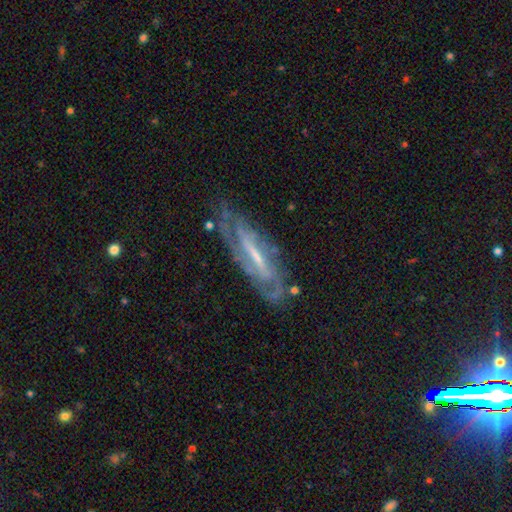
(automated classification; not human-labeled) Smooth or featured? Predicted: featured or disk (p=0.81). Edge-on disk? Predicted: no (p=0.73). Bar? Predicted: strong (p=0.47). Spiral arms? Predicted: yes (p=0.89). Spiral winding? Predicted: tight (p=0.53). Spiral arm count? Predicted: can't tell (p=0.40). Bulge size? Predicted: small (p=0.50). Merging? Predicted: none (p=0.69).